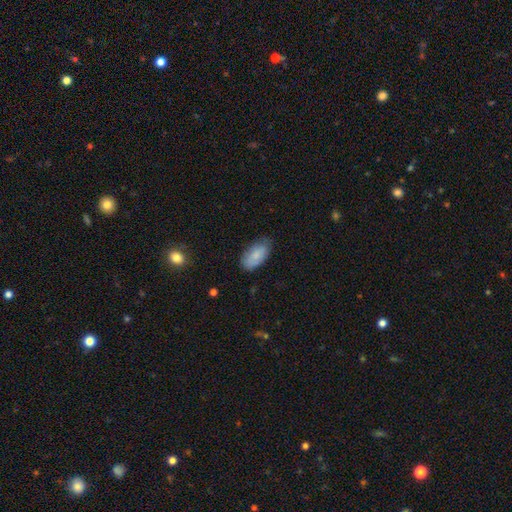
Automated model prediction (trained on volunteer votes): smooth-or-featured: smooth: 82% | featured or disk: 12% | star or artifact: 6%
  how-rounded: in between: 94% | cigar-shaped: 4% | round: 3%
  merging: none: 69% | minor disturbance: 25% | major disturbance: 5% | merger: 1%